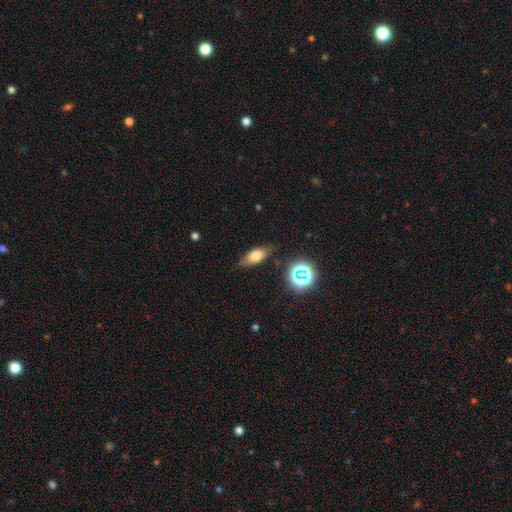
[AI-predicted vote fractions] Smooth or featured? Predicted: smooth (p=0.70). How rounded? Predicted: in between (p=0.73). Merging? Predicted: none (p=0.80).